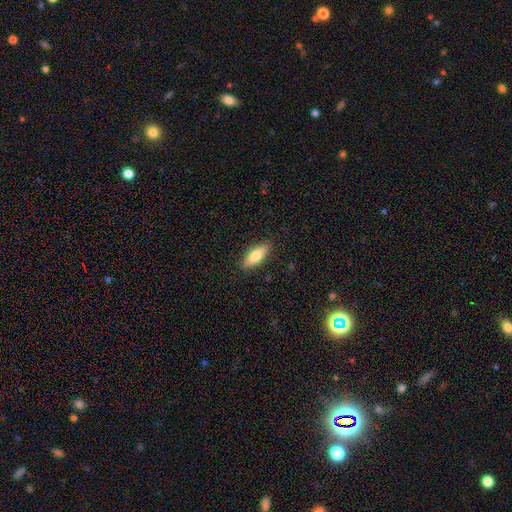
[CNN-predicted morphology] smooth-or-featured: smooth: 74% | featured or disk: 20% | star or artifact: 6%
  how-rounded: in between: 62% | cigar-shaped: 36% | round: 2%
  merging: none: 88% | minor disturbance: 9% | major disturbance: 2% | merger: 1%